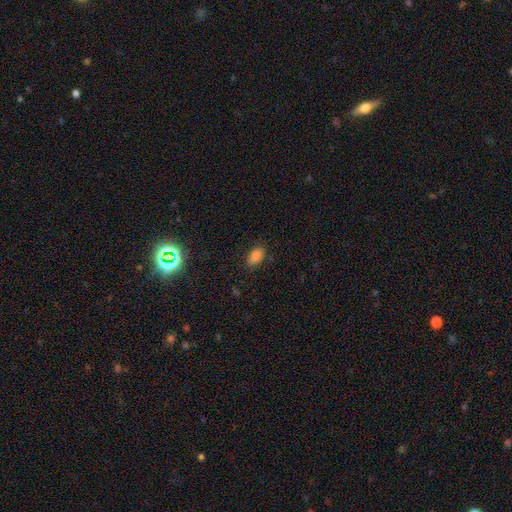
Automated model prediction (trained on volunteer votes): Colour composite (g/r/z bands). It shows a smooth galaxy with no disk features (83%) that is in between round and cigar-shaped (89%). Merging: none (83%).